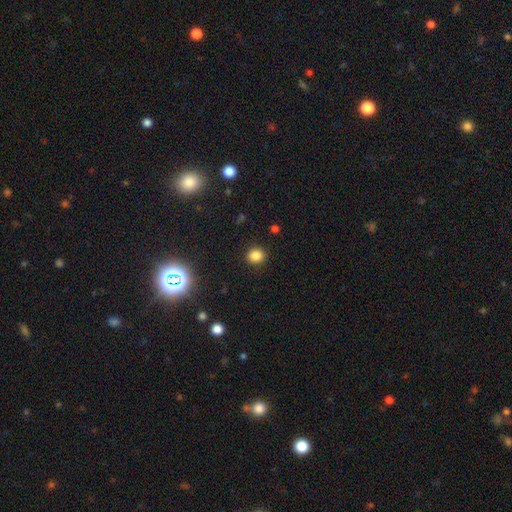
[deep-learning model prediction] smooth-or-featured: smooth: 83% | star or artifact: 13% | featured or disk: 4%
  how-rounded: round: 76% | in between: 23% | cigar-shaped: 1%
  merging: none: 90% | minor disturbance: 6% | major disturbance: 2% | merger: 1%